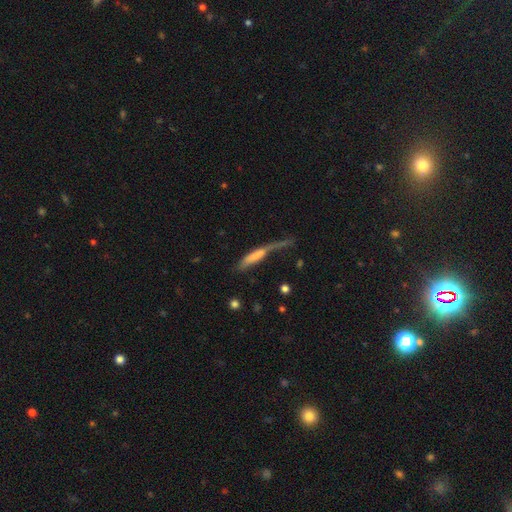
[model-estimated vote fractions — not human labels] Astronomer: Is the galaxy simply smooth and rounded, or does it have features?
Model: smooth — 59%.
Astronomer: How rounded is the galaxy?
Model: cigar-shaped — 81%.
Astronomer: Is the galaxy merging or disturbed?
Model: major disturbance — 42% (runner-up: minor disturbance, 24%).